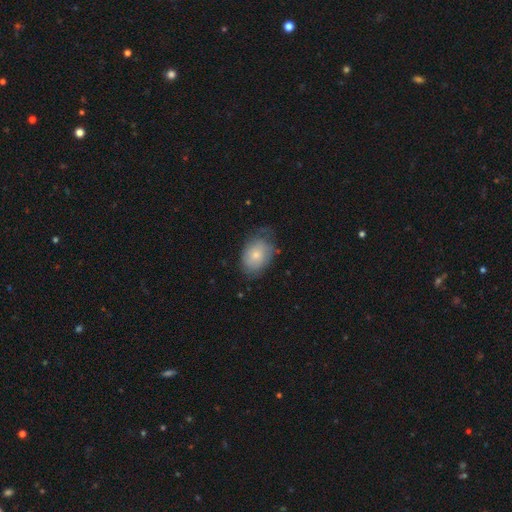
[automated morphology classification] type=smooth (70%); roundness=in between (76%); merging=none (55%).